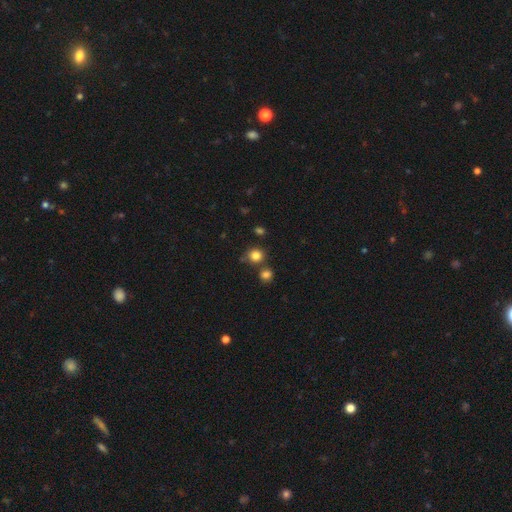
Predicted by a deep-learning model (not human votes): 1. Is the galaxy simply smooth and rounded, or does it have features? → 82% smooth, 13% star or artifact, 5% featured or disk.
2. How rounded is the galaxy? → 86% round, 13% in between, 1% cigar-shaped.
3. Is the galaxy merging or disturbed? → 72% none, 15% merger, 11% minor disturbance, 3% major disturbance.